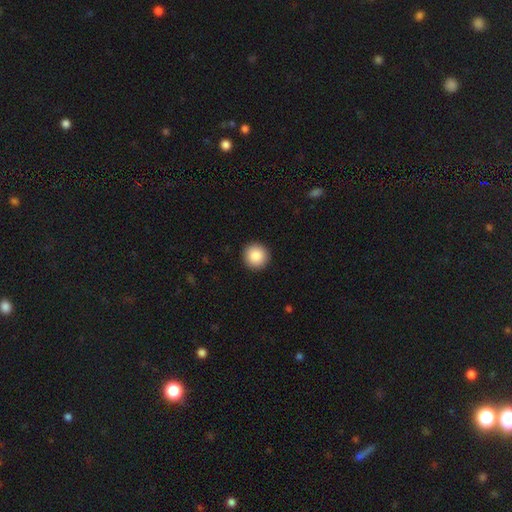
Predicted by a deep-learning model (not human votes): Smooth or featured? smooth (89%)
How rounded? round (95%)
Merging? none (93%)